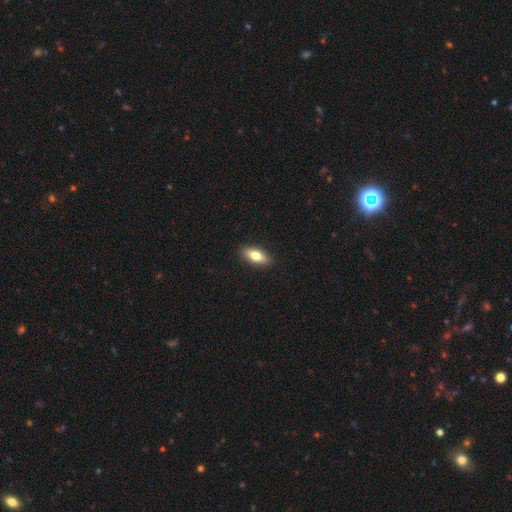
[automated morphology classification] Smooth or featured: smooth — 75% (featured or disk — 18%)
How rounded: in between — 78% (cigar-shaped — 19%)
Merging: none — 89% (minor disturbance — 8%)